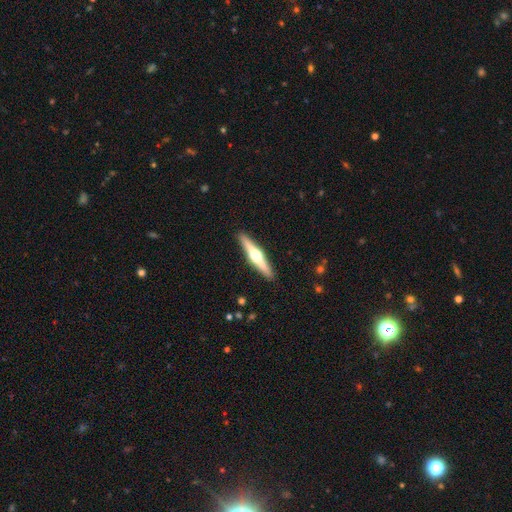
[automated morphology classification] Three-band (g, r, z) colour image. It shows a featured or disk galaxy (72%) viewed edge-on (98%) with a rounded central bulge (96%). Merging: none (92%).